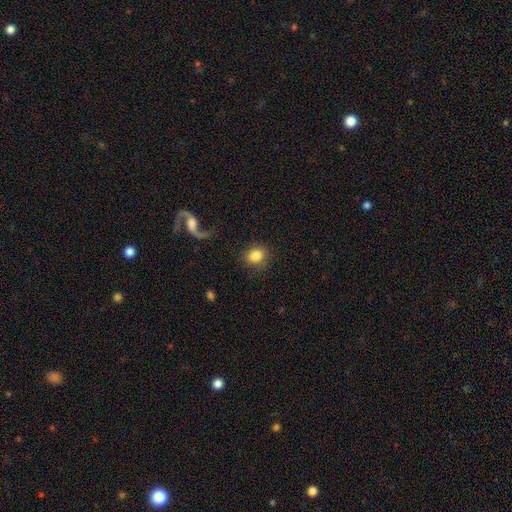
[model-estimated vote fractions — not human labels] Morphology: type=smooth (81%); roundness=round (74%); merging=none (83%).